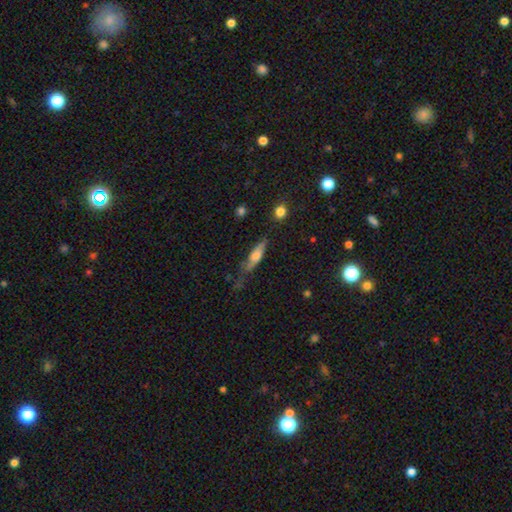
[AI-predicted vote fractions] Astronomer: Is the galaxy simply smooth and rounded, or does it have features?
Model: smooth — 59%.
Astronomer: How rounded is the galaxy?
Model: cigar-shaped — 64%.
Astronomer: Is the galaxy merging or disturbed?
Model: none — 46% (runner-up: minor disturbance, 32%).